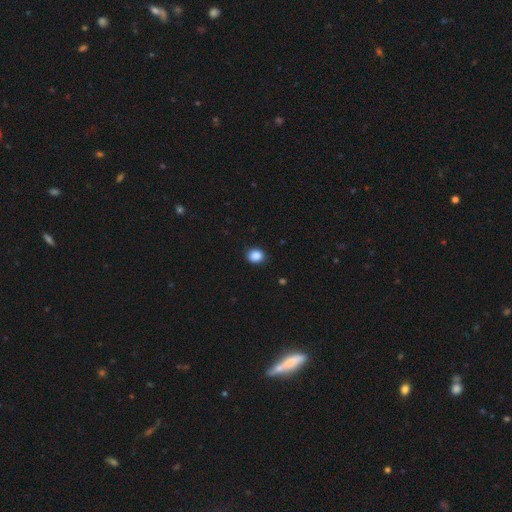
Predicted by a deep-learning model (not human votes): This is clearly a smooth galaxy (88%). How rounded: likely round (66%). Merging: clearly none (88%).